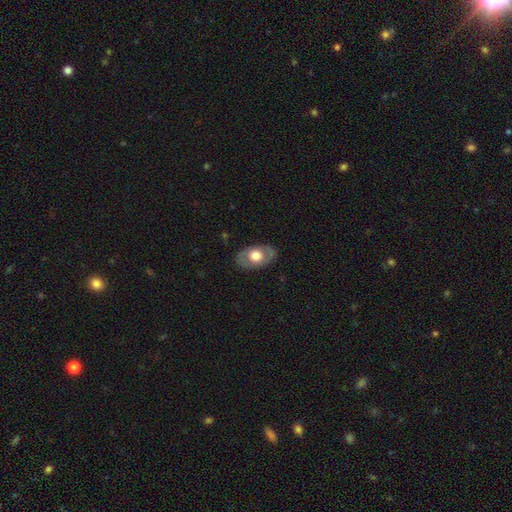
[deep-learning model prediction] The model was most divided on "smooth or featured": smooth: 51%, featured or disk: 43%, star or artifact: 6%. More confident: how rounded — in between (84%); merging — none (82%).